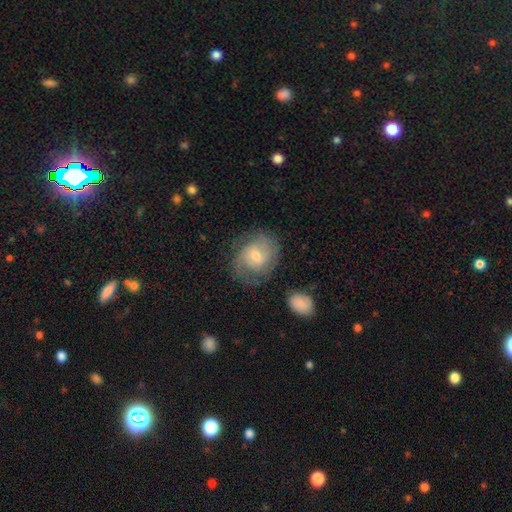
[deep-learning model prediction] Smooth or featured: featured or disk — 56% (smooth — 36%)
Edge-on disk: no — 96% (yes — 4%)
Bar: no — 46% (weak — 45%)
Spiral arms: yes — 80% (no — 20%)
Bulge size: moderate — 54% (small — 41%)
Merging: none — 65% (minor disturbance — 21%)